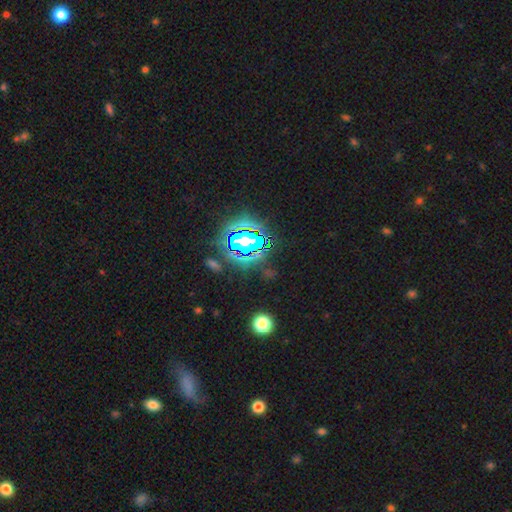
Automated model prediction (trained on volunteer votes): smooth_or_featured: star or artifact (p=0.72) [alt: smooth p=0.16]